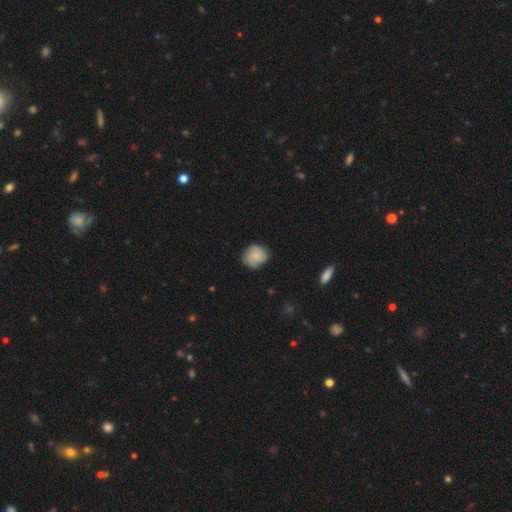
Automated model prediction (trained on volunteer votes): Smooth or featured? smooth (55%)
How rounded? round (77%)
Merging? none (71%)